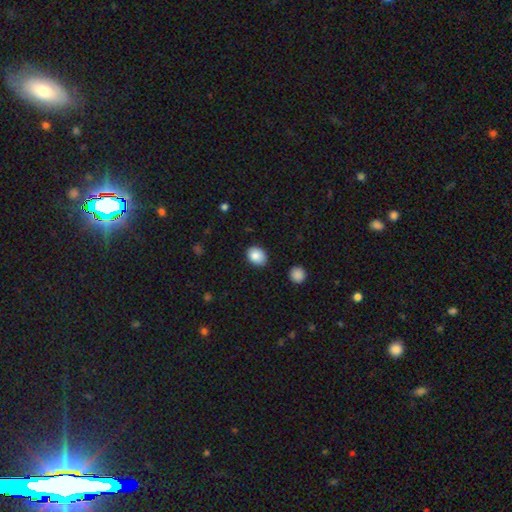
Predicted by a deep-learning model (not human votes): A smooth galaxy with no disk features (86%) that is in between round and cigar-shaped (59%). Merging: none (83%).